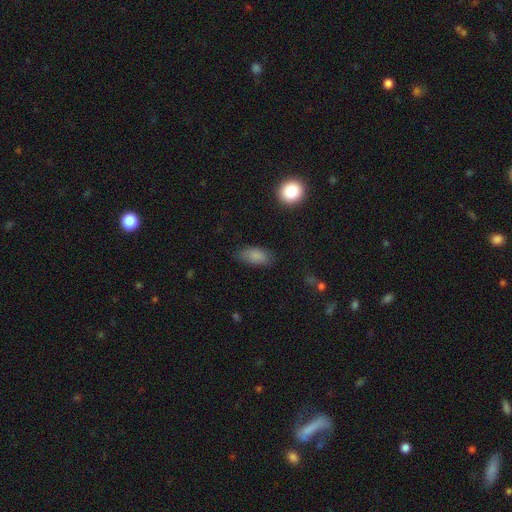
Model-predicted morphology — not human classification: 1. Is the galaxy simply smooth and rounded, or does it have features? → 85% smooth, 8% star or artifact, 7% featured or disk.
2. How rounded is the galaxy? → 90% in between, 6% cigar-shaped, 4% round.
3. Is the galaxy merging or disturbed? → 75% none, 19% minor disturbance, 4% major disturbance, 1% merger.